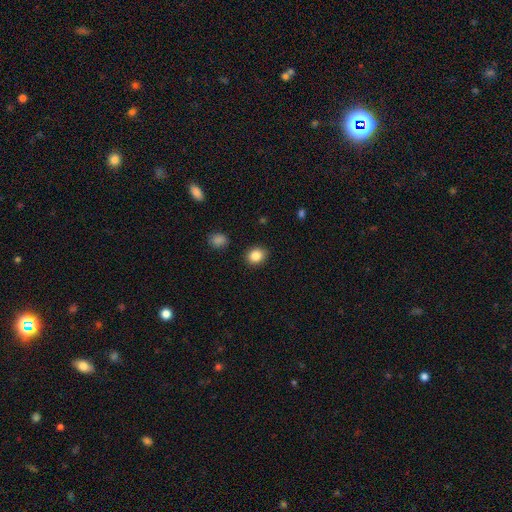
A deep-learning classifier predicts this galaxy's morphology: The model was most divided on "how rounded": round: 62%, in between: 37%, cigar-shaped: 1%. More confident: merging — none (89%); smooth or featured — smooth (86%).